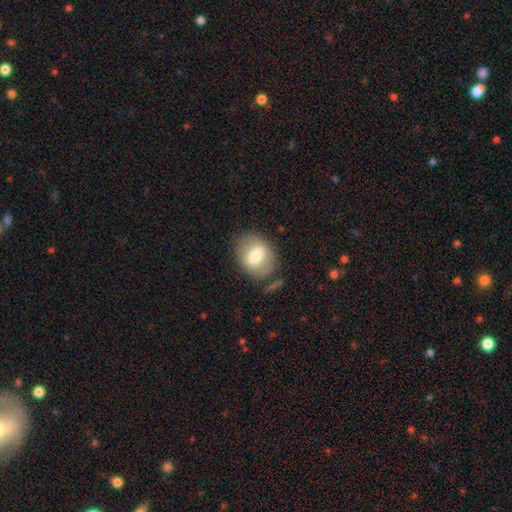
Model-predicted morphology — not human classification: A smooth galaxy with no disk features (63%) that is in between round and cigar-shaped (58%). Merging: none (75%).